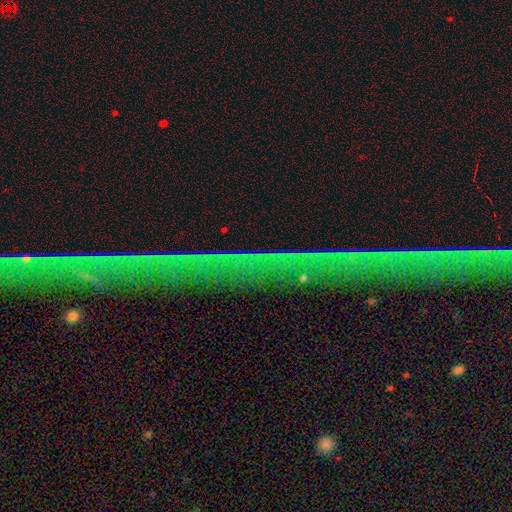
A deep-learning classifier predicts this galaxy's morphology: This is likely a star or artifact rather than a galaxy (76%).